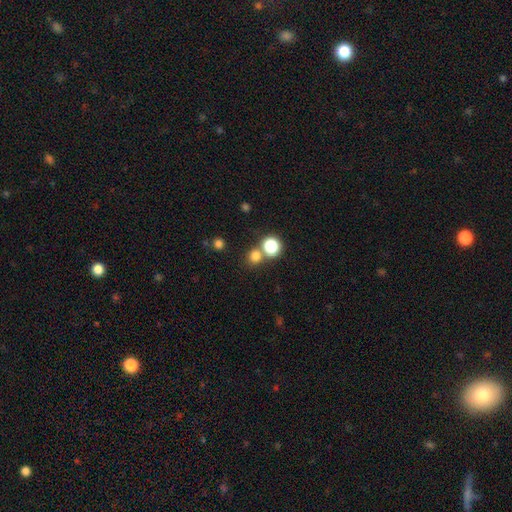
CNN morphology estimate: smooth_or_featured: smooth (p=0.74) [alt: star or artifact p=0.20]
how_rounded: round (p=0.87) [alt: in between p=0.12]
merging: none (p=0.65) [alt: merger p=0.25]